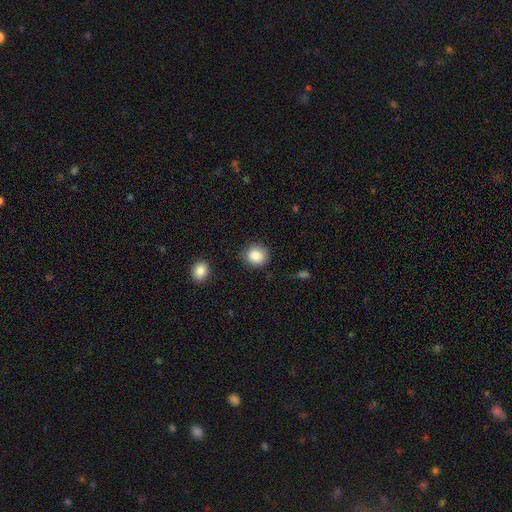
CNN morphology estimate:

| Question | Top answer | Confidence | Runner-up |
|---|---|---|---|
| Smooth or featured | smooth | 87% | star or artifact (8%) |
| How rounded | round | 85% | in between (14%) |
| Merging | none | 85% | minor disturbance (11%) |